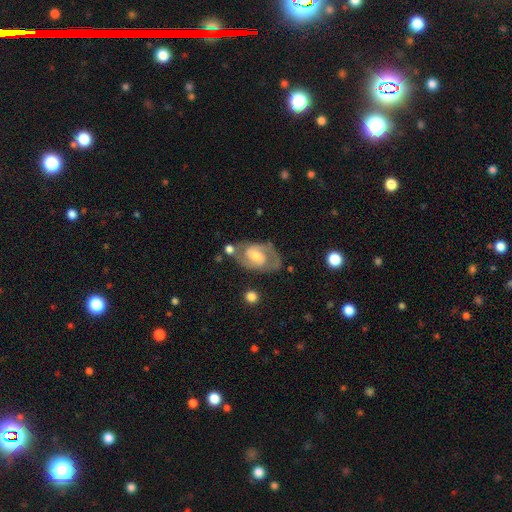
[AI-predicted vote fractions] This is clearly a featured or disk galaxy (81%). It is clearly not viewed edge-on (96%). Bar: possibly weak (47%). Spiral arm pattern: clearly yes (92%). Spiral arm count: clearly 2 (84%). Spiral winding: possibly medium (51%). Central bulge: possibly moderate (51%). Merging: likely none (66%).